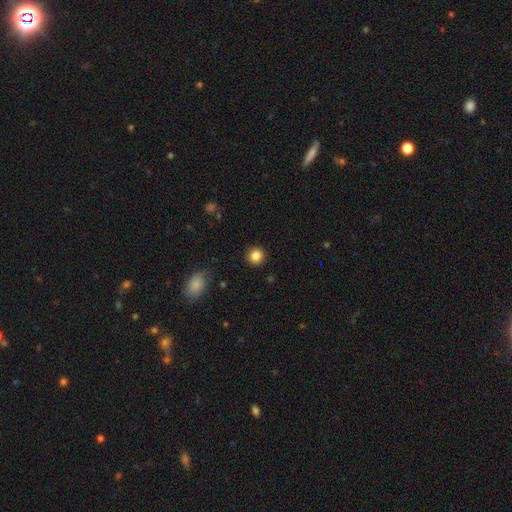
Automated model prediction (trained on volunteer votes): A smooth galaxy with no disk features (85%) that is round (92%).

Vote fractions:
- Smooth or featured? smooth: 85% / star or artifact: 10% / featured or disk: 5%
- How rounded? round: 92% / in between: 7% / cigar-shaped: 1%
- Merging? none: 90% / minor disturbance: 7% / major disturbance: 2% / merger: 1%